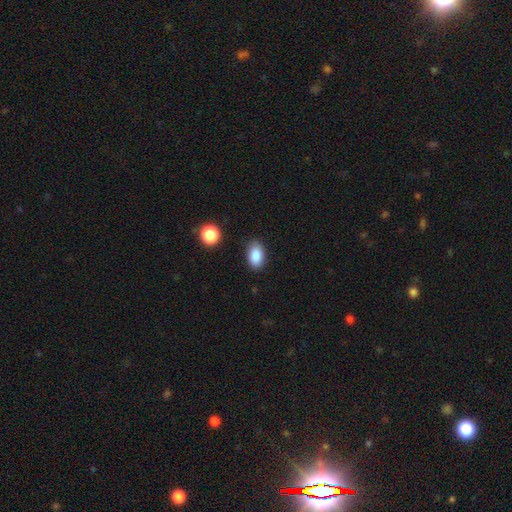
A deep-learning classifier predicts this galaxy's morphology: Smooth or featured? smooth (87%)
How rounded? in between (91%)
Merging? none (84%)